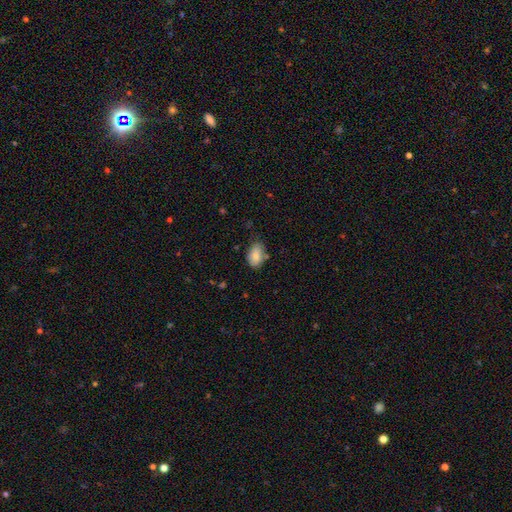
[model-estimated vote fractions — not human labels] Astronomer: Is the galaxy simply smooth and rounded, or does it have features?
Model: smooth — 80%.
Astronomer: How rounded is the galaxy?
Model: in between — 89%.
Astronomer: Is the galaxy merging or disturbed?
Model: none — 69%.